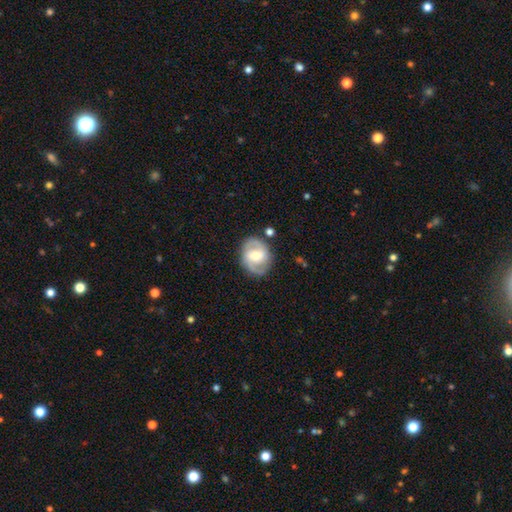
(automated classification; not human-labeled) Morphology: type=featured or disk (75%); edge-on=no (97%); bar=weak (49%); spiral arms=yes (89%); winding=medium (51%); arm count=2 (88%); bulge=moderate (66%); merging=none (82%).